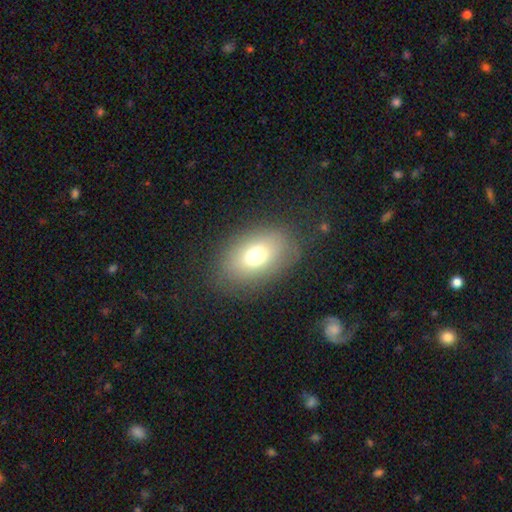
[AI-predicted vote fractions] Morphology: type=smooth (70%); roundness=in between (80%); merging=none (78%).